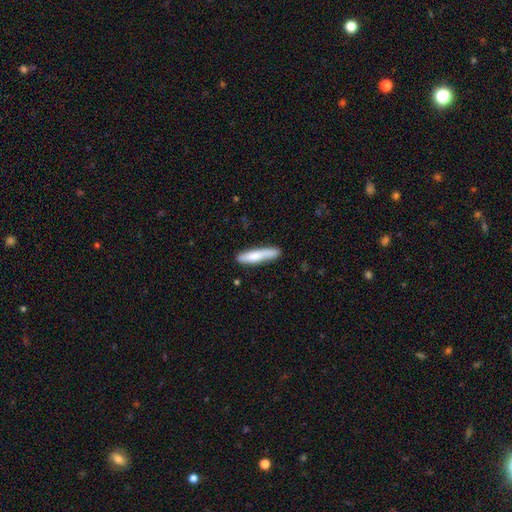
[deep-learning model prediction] Smooth or featured: smooth — 74% (featured or disk — 21%)
How rounded: cigar-shaped — 85% (in between — 13%)
Merging: none — 77% (minor disturbance — 17%)